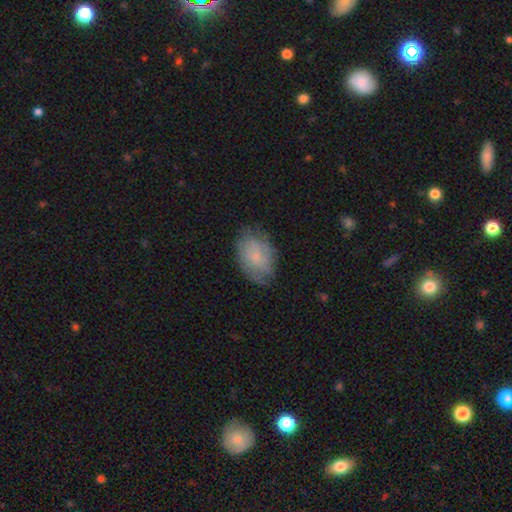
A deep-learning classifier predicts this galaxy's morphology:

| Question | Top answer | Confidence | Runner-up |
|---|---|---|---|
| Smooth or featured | smooth | 57% | featured or disk (35%) |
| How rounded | in between | 85% | round (13%) |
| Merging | none | 67% | minor disturbance (24%) |